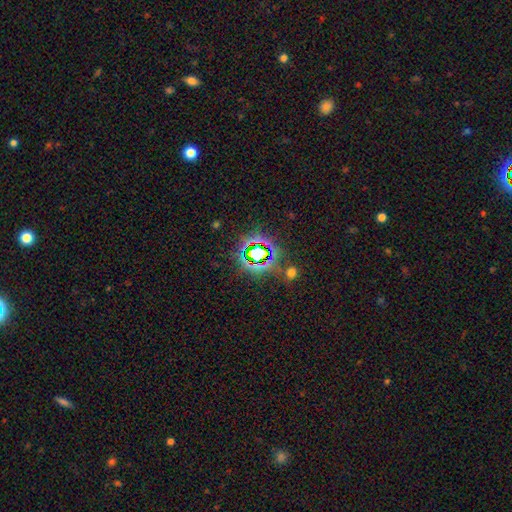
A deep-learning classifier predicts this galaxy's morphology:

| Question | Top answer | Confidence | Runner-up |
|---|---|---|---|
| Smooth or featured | star or artifact | 74% | smooth (16%) |